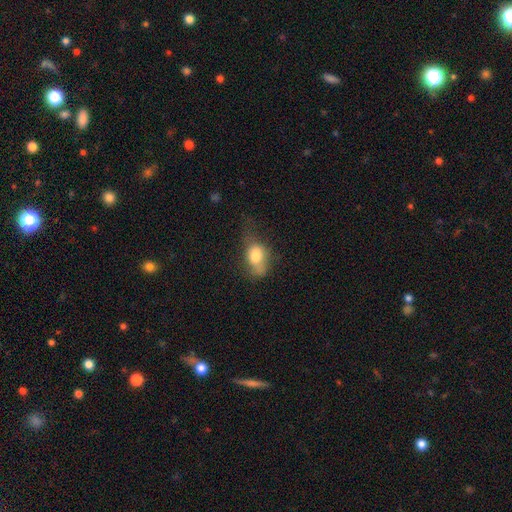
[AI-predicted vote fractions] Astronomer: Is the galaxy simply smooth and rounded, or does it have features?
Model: smooth — 76%.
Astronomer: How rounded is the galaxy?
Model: in between — 77%.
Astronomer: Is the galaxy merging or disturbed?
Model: minor disturbance — 33% (runner-up: none, 32%).